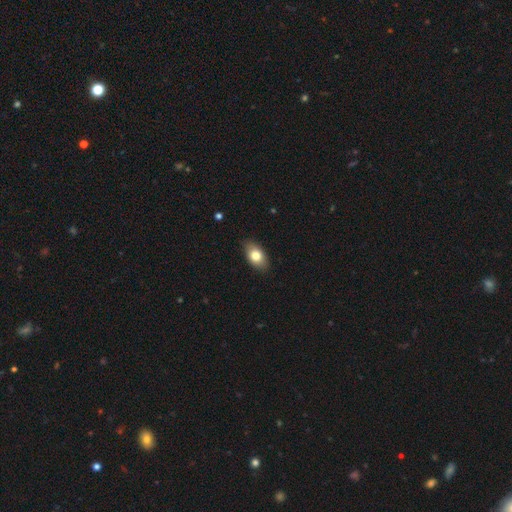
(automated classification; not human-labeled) Smooth or featured: smooth — 78% (featured or disk — 15%)
How rounded: in between — 90% (round — 8%)
Merging: none — 86% (minor disturbance — 11%)